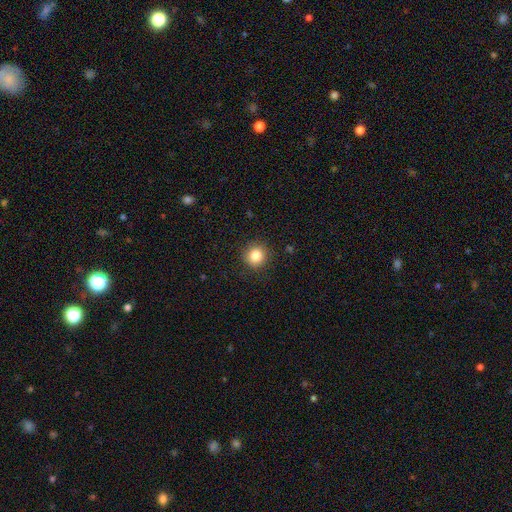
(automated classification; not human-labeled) The model was most divided on "smooth or featured": smooth: 85%, star or artifact: 10%, featured or disk: 5%. More confident: how rounded — round (92%); merging — none (90%).